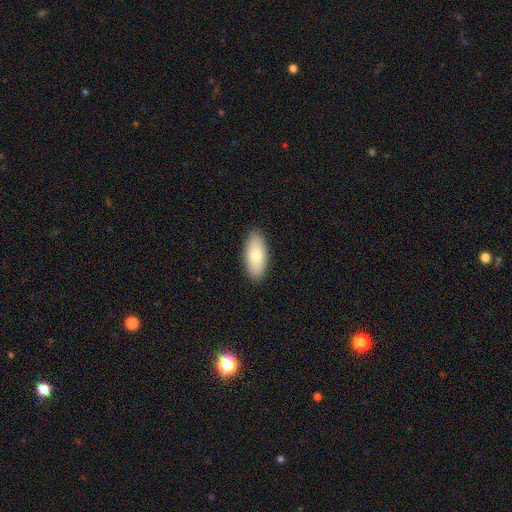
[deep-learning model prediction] smooth_or_featured: smooth (p=0.77) [alt: featured or disk p=0.17]
how_rounded: in between (p=0.87) [alt: cigar-shaped p=0.10]
merging: none (p=0.89) [alt: minor disturbance p=0.08]